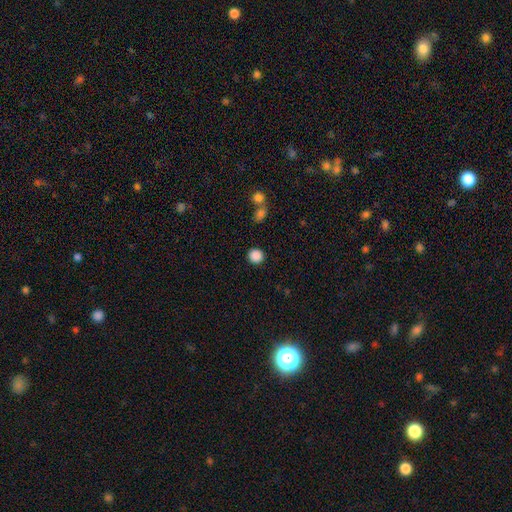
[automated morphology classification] smooth 87%, star or artifact 10%, featured or disk 3%. Down the decision tree: how rounded — round (91%); merging — none (88%).